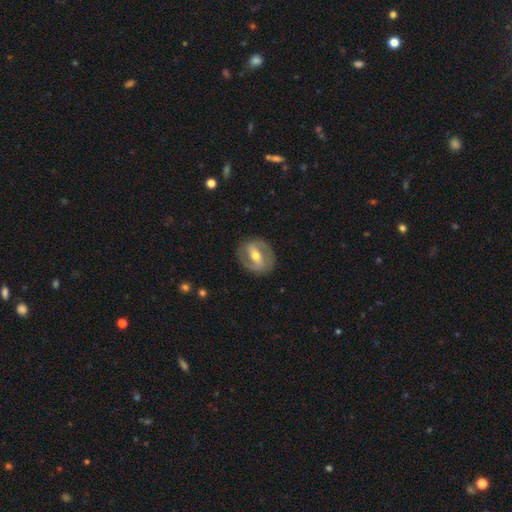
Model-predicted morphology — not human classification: featured or disk 76%, smooth 19%, star or artifact 5%. Down the decision tree: edge-on disk — no (95%); bar — strong (51%); spiral arms — yes (73%); spiral arm count — 2 (84%); spiral winding — medium (44%); bulge size — moderate (67%); merging — none (84%).